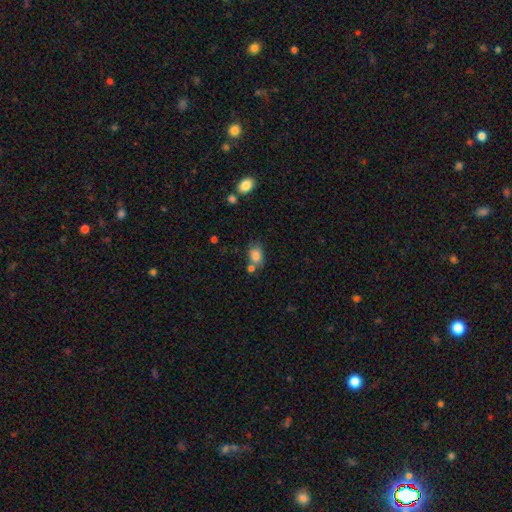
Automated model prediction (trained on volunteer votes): The model was most divided on "merging": none: 52%, merger: 21%, minor disturbance: 20%, major disturbance: 7%. More confident: smooth or featured — smooth (82%); how rounded — in between (72%).